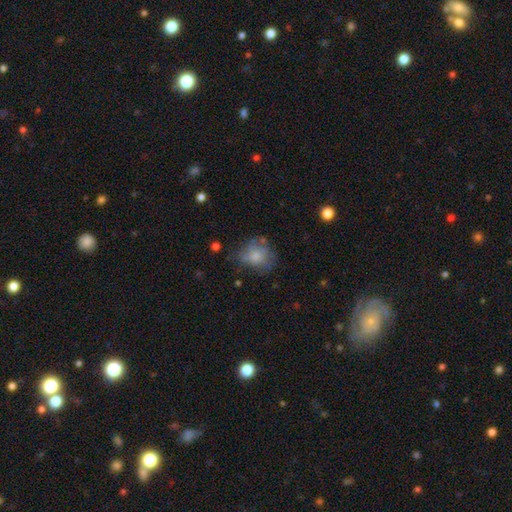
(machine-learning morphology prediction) type=smooth (67%); roundness=round (63%); merging=none (51%).